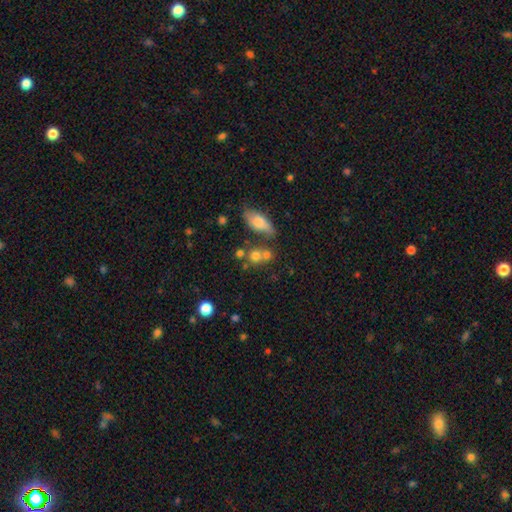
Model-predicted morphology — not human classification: smooth_or_featured: smooth (p=0.72) [alt: featured or disk p=0.15]
how_rounded: round (p=0.70) [alt: in between p=0.27]
merging: none (p=0.44) [alt: merger p=0.40]